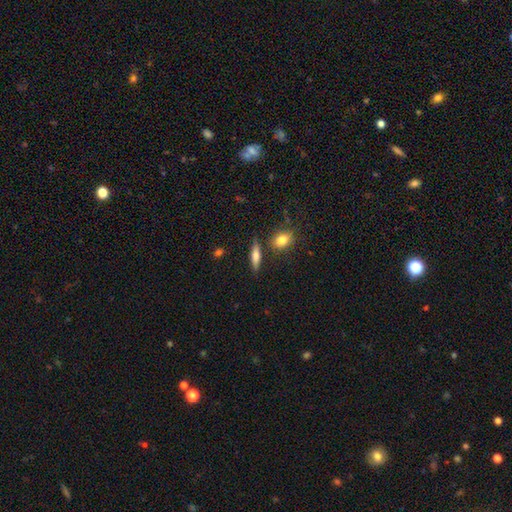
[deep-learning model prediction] Smooth or featured? Predicted: smooth (p=0.61). How rounded? Predicted: cigar-shaped (p=0.66). Merging? Predicted: none (p=0.81).